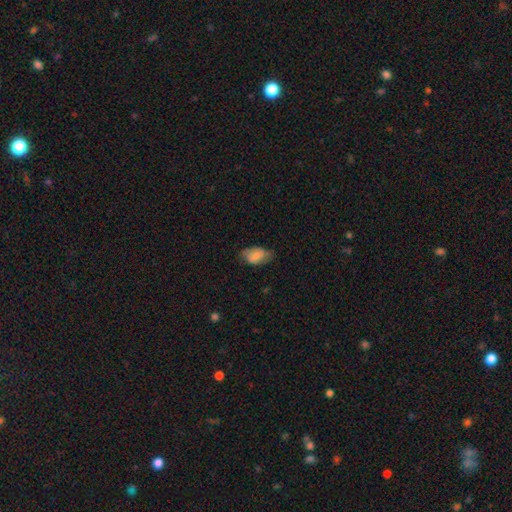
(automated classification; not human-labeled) Q: Smooth or featured?
A: smooth (75%); runner-up: featured or disk (17%)
Q: How rounded?
A: in between (92%); runner-up: round (6%)
Q: Merging?
A: none (62%); runner-up: minor disturbance (28%)